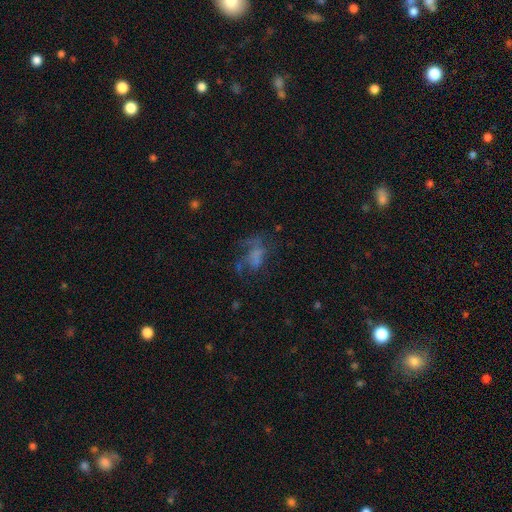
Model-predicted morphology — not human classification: A featured or disk galaxy (42%). Merging: major disturbance (45%).